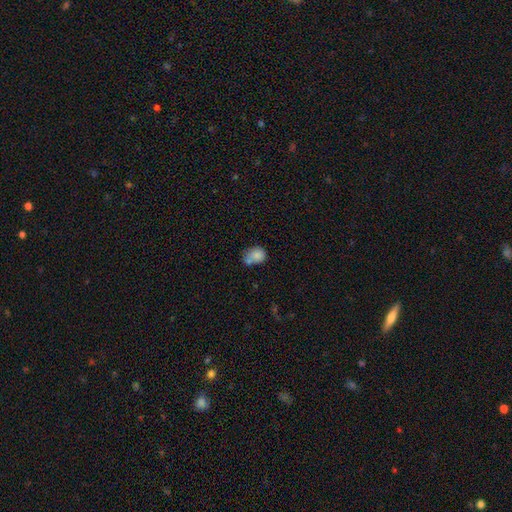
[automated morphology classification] A smooth galaxy with no disk features (80%) that is round (51%).

Vote fractions:
- Smooth or featured? smooth: 80% / featured or disk: 11% / star or artifact: 9%
- How rounded? round: 51% / in between: 48% / cigar-shaped: 1%
- Merging? merger: 40% / none: 36% / minor disturbance: 17% / major disturbance: 7%